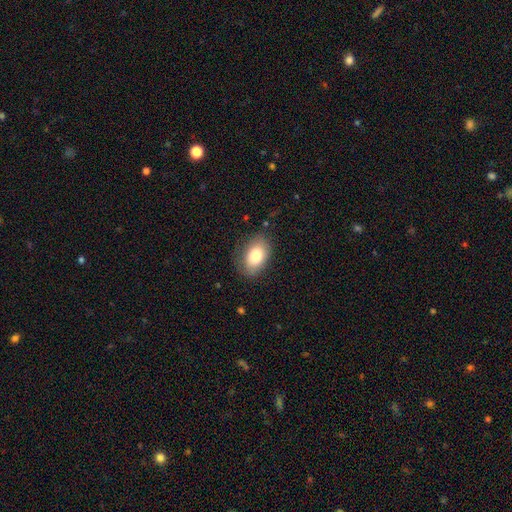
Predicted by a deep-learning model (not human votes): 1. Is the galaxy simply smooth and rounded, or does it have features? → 83% smooth, 10% featured or disk, 7% star or artifact.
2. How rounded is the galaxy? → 91% in between, 8% round, 1% cigar-shaped.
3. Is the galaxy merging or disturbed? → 79% none, 16% minor disturbance, 4% major disturbance, 1% merger.